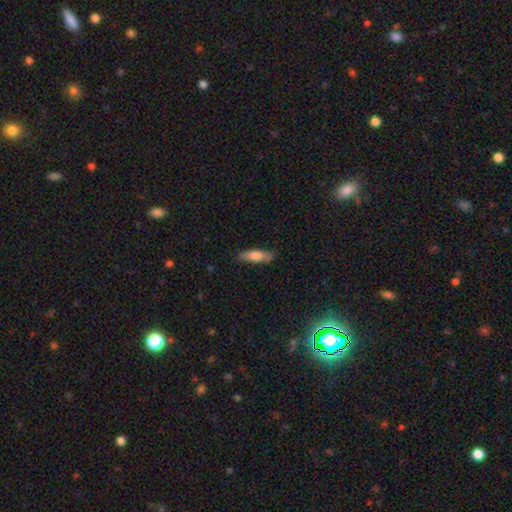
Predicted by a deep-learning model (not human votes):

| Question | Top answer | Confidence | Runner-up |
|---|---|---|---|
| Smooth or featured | smooth | 75% | featured or disk (19%) |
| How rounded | cigar-shaped | 51% | in between (47%) |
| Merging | none | 79% | minor disturbance (16%) |